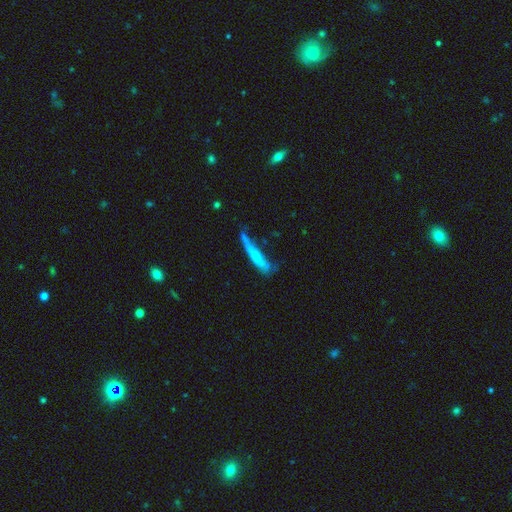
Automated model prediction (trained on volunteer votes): This appears to be a smooth galaxy with no disk features (60%) that is cigar-shaped (88%). Merging: none (39%).